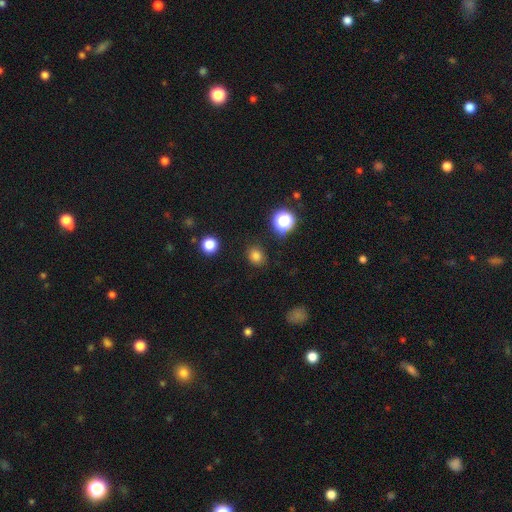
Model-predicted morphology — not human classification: Overall: smooth (79%). How rounded: round (73%). Merging: none (86%).